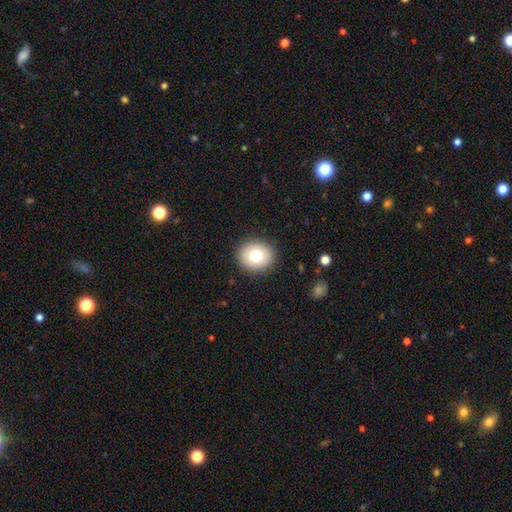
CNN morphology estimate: Smooth or featured?
  - smooth: 78% *
  - featured or disk: 13%
  - star or artifact: 9%
How rounded?
  - round: 71% *
  - in between: 28%
  - cigar-shaped: 1%
Merging?
  - none: 90% *
  - minor disturbance: 7%
  - major disturbance: 2%
  - merger: 1%